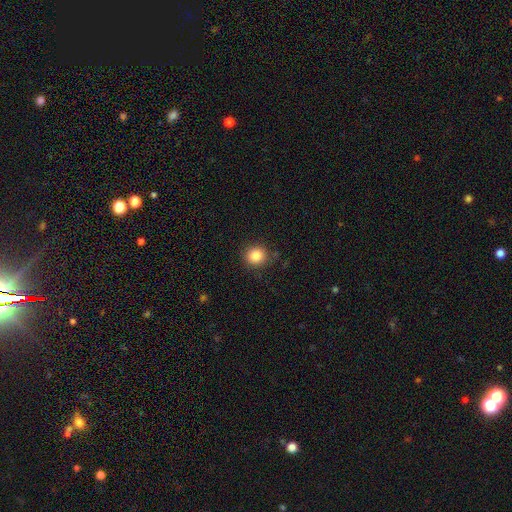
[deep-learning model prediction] This appears to be a smooth galaxy with no disk features (85%) that is round (87%). Merging: none (85%).